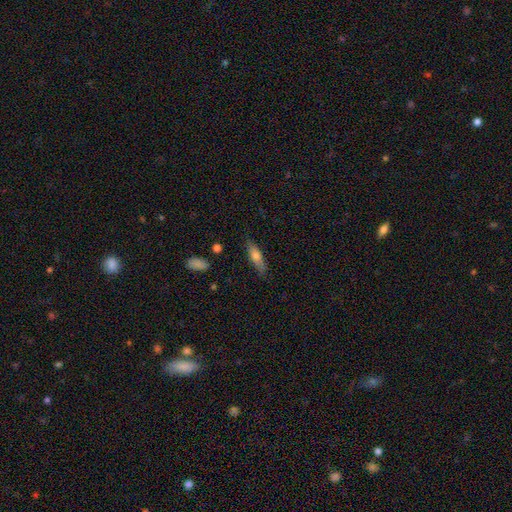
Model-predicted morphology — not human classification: This is likely a smooth galaxy (63%). How rounded: possibly cigar-shaped (58%). Merging: likely none (80%).